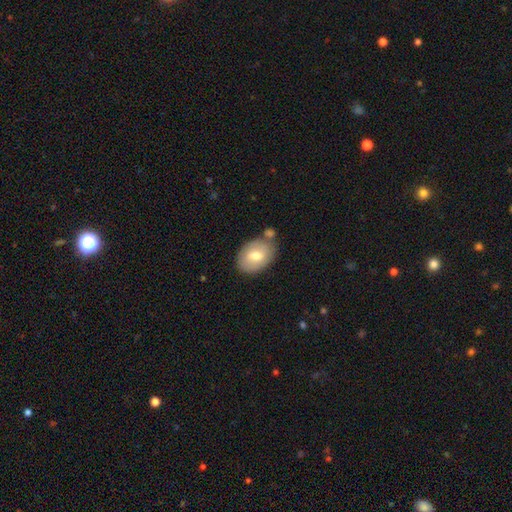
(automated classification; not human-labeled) Smooth or featured?
  - smooth: 69% *
  - featured or disk: 24%
  - star or artifact: 6%
How rounded?
  - in between: 81% *
  - round: 18%
  - cigar-shaped: 1%
Merging?
  - none: 67% *
  - minor disturbance: 16%
  - merger: 13%
  - major disturbance: 4%